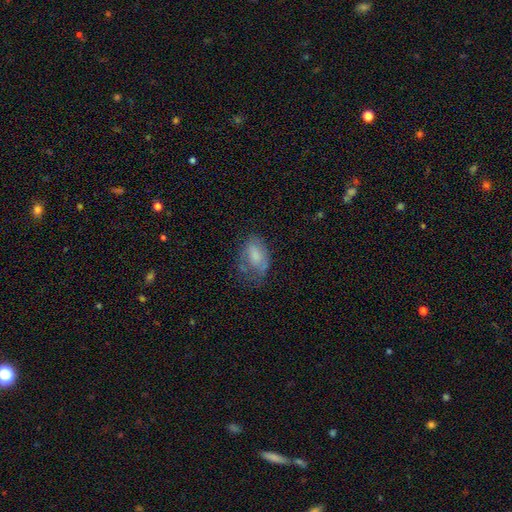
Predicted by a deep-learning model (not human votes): smooth_or_featured: smooth (p=0.65) [alt: featured or disk p=0.27]
how_rounded: in between (p=0.89) [alt: round p=0.09]
merging: none (p=0.42) [alt: minor disturbance p=0.31]